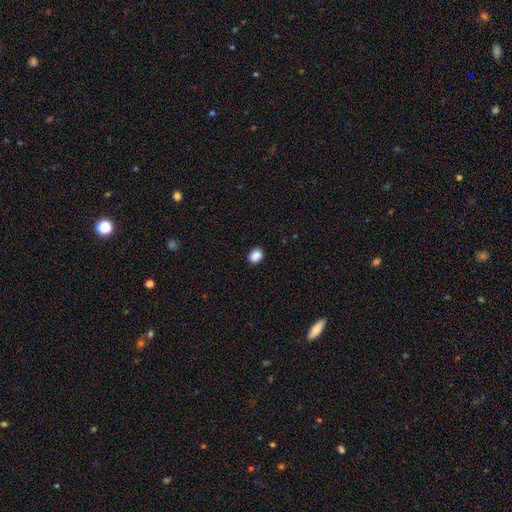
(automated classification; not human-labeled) This is clearly a smooth galaxy (89%). How rounded: possibly in between (53%). Merging: clearly none (90%).